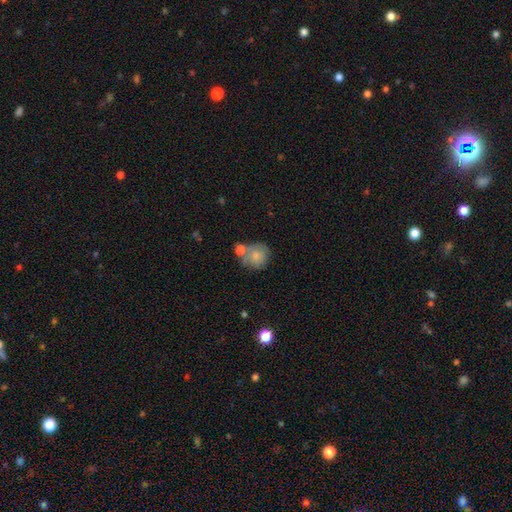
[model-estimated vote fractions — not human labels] smooth-or-featured: smooth: 70% | featured or disk: 22% | star or artifact: 8%
  how-rounded: round: 80% | in between: 19% | cigar-shaped: 1%
  merging: none: 45% | merger: 26% | minor disturbance: 20% | major disturbance: 9%